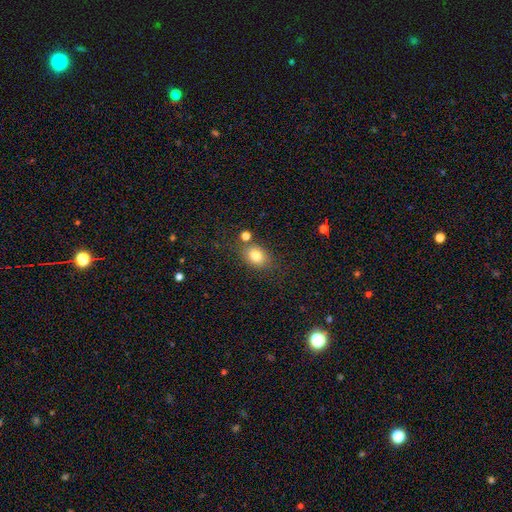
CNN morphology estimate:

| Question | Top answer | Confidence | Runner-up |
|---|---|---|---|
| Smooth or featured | smooth | 80% | star or artifact (11%) |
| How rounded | in between | 58% | round (40%) |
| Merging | none | 72% | minor disturbance (14%) |